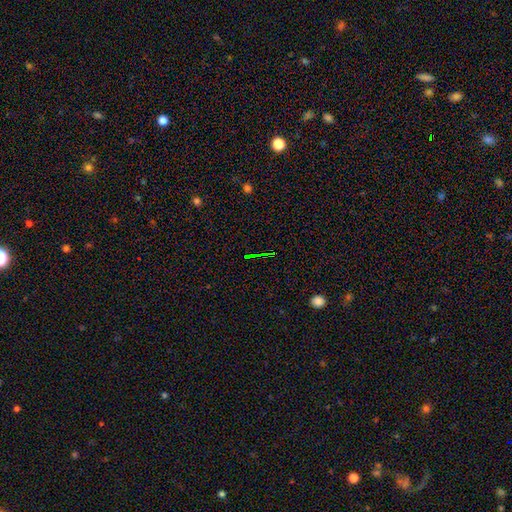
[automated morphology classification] Q: Smooth or featured?
A: star or artifact (73%); runner-up: featured or disk (14%)